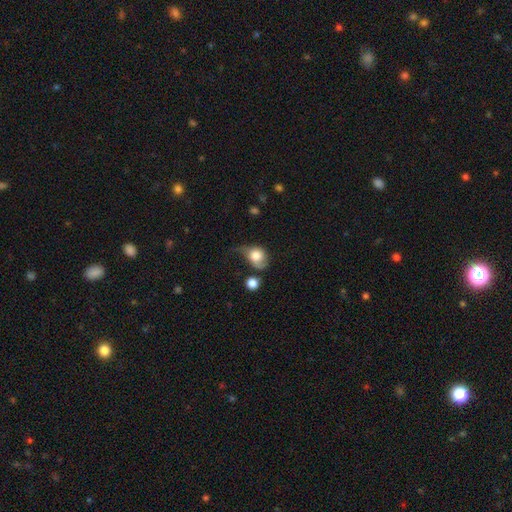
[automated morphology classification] smooth-or-featured: smooth: 67% | featured or disk: 25% | star or artifact: 8%
  how-rounded: round: 55% | in between: 44% | cigar-shaped: 1%
  merging: major disturbance: 36% | minor disturbance: 30% | none: 22% | merger: 11%